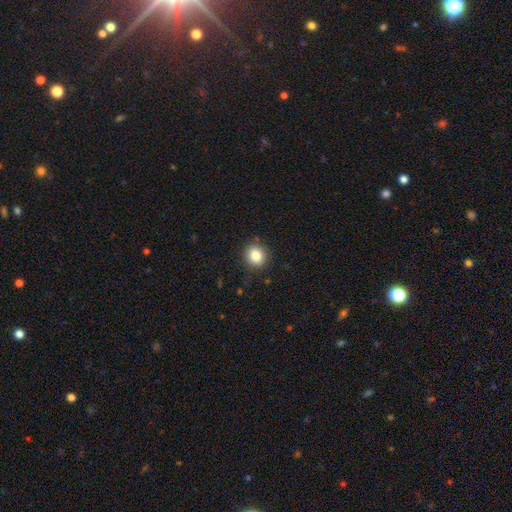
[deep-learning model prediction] Smooth or featured: smooth — 83% (star or artifact — 10%)
How rounded: round — 84% (in between — 15%)
Merging: none — 89% (minor disturbance — 8%)